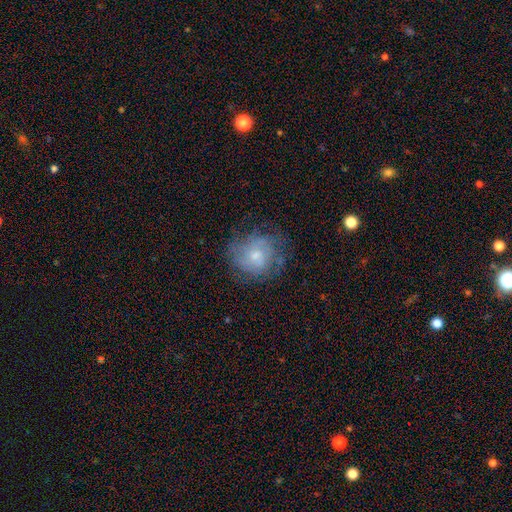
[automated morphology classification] type=featured or disk (51%); edge-on=no (97%); merging=none (65%).